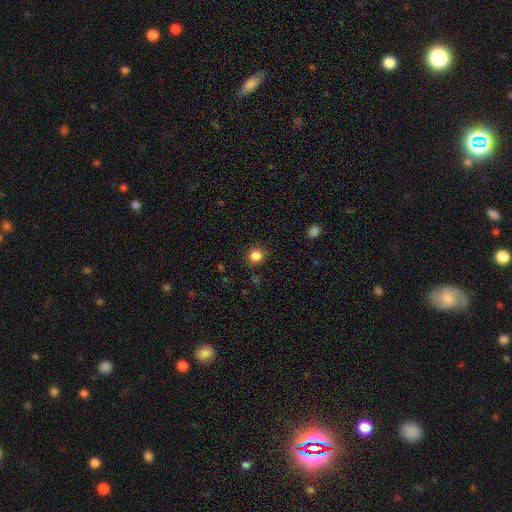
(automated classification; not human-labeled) A smooth galaxy with no disk features (84%) that is round (90%).

Vote fractions:
- Smooth or featured? smooth: 84% / star or artifact: 12% / featured or disk: 4%
- How rounded? round: 90% / in between: 9% / cigar-shaped: 1%
- Merging? none: 89% / minor disturbance: 7% / major disturbance: 2% / merger: 1%